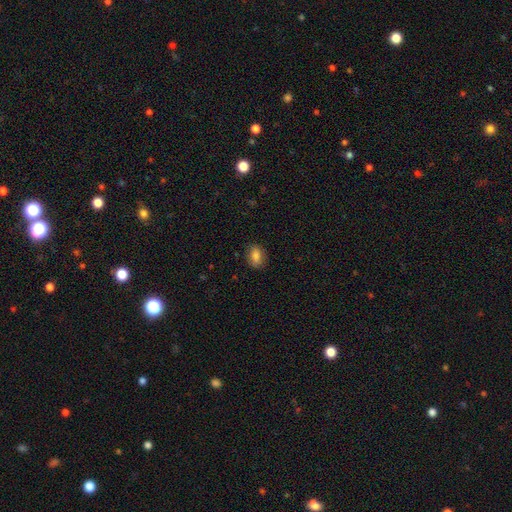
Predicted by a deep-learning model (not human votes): smooth_or_featured: smooth (p=0.84) [alt: star or artifact p=0.09]
how_rounded: in between (p=0.81) [alt: round p=0.17]
merging: none (p=0.84) [alt: minor disturbance p=0.12]